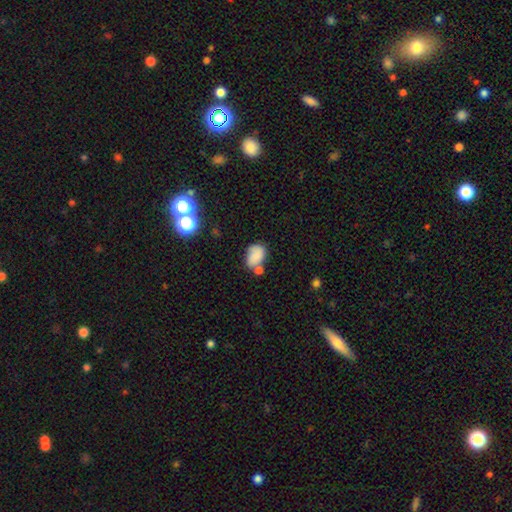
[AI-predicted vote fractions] smooth-or-featured: smooth: 74% | featured or disk: 15% | star or artifact: 12%
  how-rounded: in between: 75% | round: 23% | cigar-shaped: 1%
  merging: none: 42% | merger: 26% | minor disturbance: 23% | major disturbance: 9%